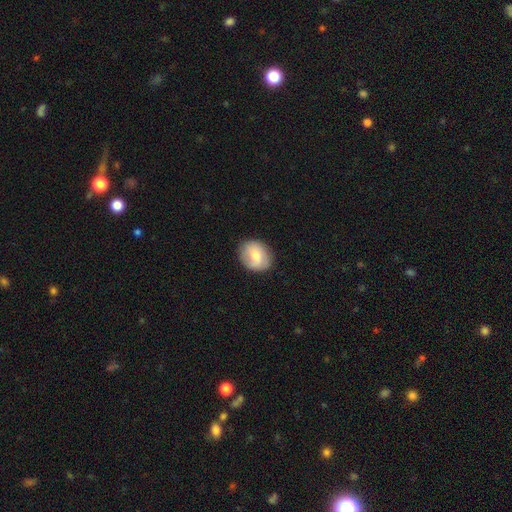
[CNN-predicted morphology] smooth 72%, featured or disk 22%, star or artifact 7%. Down the decision tree: how rounded — round (57%); merging — none (84%).